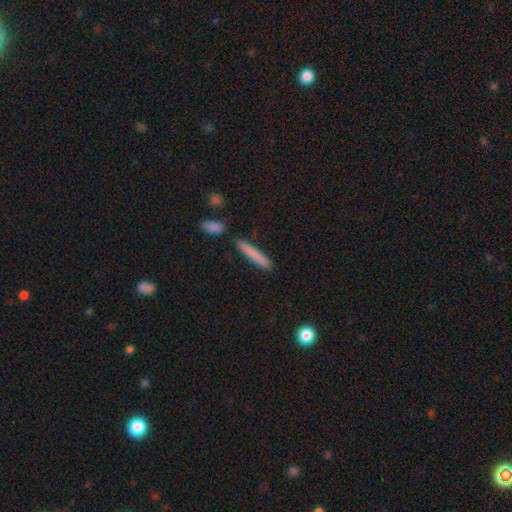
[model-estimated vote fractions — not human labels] A smooth galaxy with no disk features (80%) that is cigar-shaped (93%).

Vote fractions:
- Smooth or featured? smooth: 80% / featured or disk: 14% / star or artifact: 6%
- How rounded? cigar-shaped: 93% / in between: 5% / round: 1%
- Merging? none: 85% / minor disturbance: 9% / merger: 5% / major disturbance: 2%